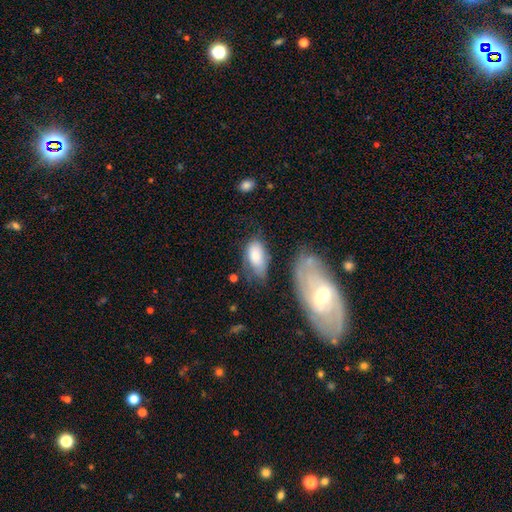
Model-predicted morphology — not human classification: Q: Smooth or featured?
A: smooth (76%); runner-up: featured or disk (17%)
Q: How rounded?
A: in between (92%); runner-up: cigar-shaped (4%)
Q: Merging?
A: none (41%); runner-up: minor disturbance (32%)